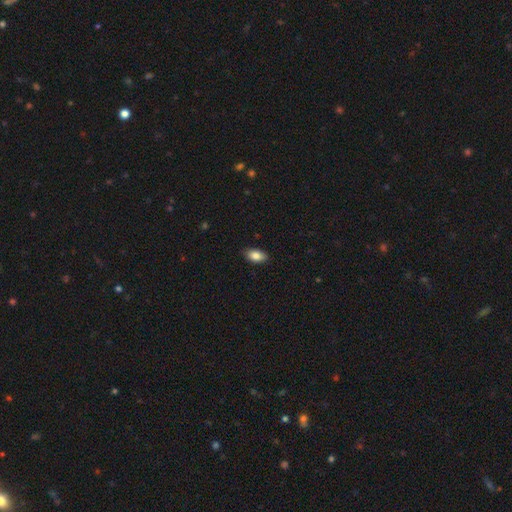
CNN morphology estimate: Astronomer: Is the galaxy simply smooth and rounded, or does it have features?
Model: smooth — 86%.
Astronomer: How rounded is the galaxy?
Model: in between — 92%.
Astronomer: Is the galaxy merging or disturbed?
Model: none — 88%.